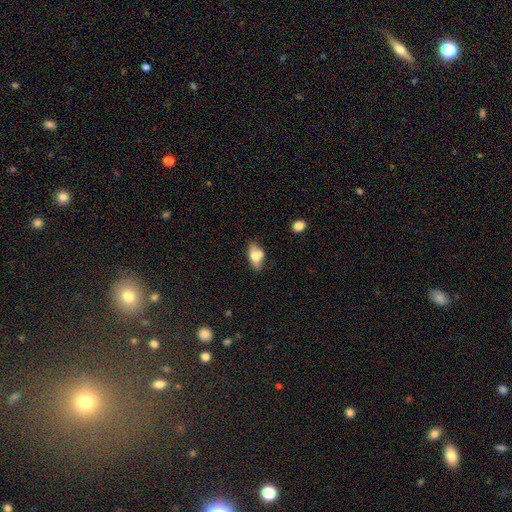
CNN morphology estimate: A smooth galaxy with no disk features (66%) that is in between round and cigar-shaped (85%).

Vote fractions:
- Smooth or featured? smooth: 66% / featured or disk: 26% / star or artifact: 8%
- How rounded? in between: 85% / cigar-shaped: 9% / round: 7%
- Merging? none: 50% / merger: 22% / minor disturbance: 22% / major disturbance: 7%